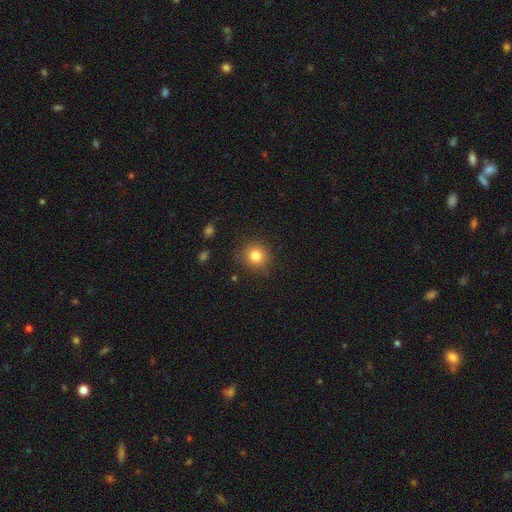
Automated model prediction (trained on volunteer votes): Smooth or featured: smooth — 82% (star or artifact — 12%)
How rounded: round — 88% (in between — 11%)
Merging: none — 87% (minor disturbance — 9%)